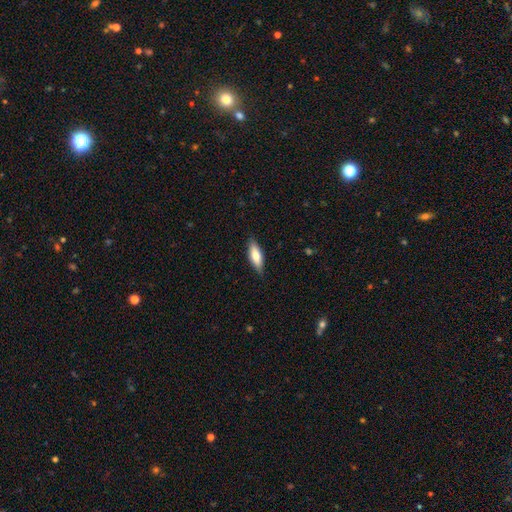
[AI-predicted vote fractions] A smooth galaxy with no disk features (73%) that is in between round and cigar-shaped (59%). Merging: none (85%).